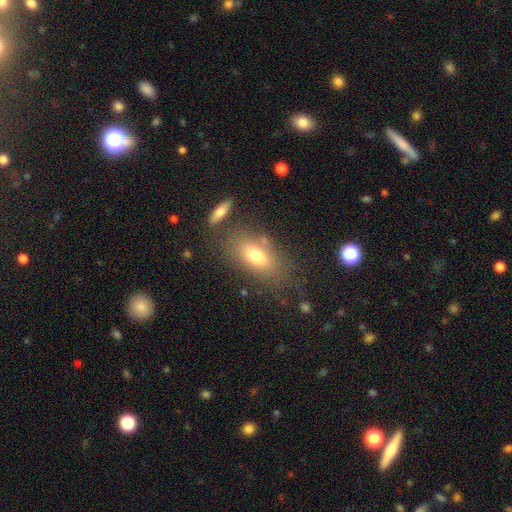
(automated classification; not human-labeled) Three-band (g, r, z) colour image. It shows a smooth galaxy with no disk features (72%) that is in between round and cigar-shaped (84%). Merging: none (71%).